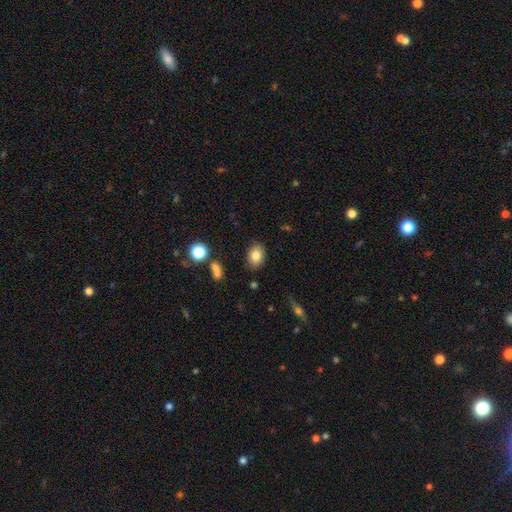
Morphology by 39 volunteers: smooth_or_featured: smooth (p=0.92) [alt: star or artifact p=0.05]
how_rounded: in between (p=0.89) [alt: round p=0.11]
merging: none (p=0.92) [alt: minor disturbance p=0.08]